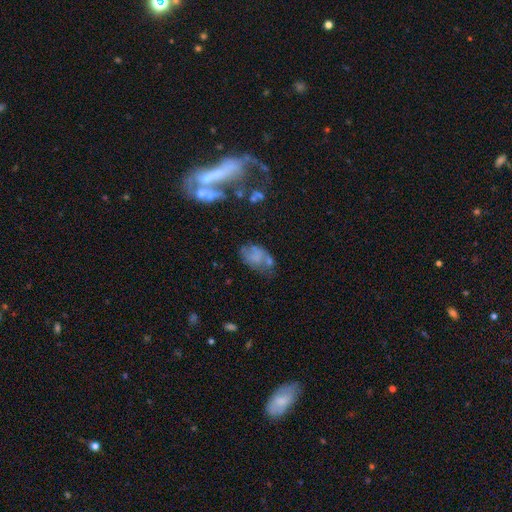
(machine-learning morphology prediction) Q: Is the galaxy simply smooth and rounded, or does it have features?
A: smooth — 54%.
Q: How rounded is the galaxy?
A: in between — 87%.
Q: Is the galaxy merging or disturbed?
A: none — 39%.